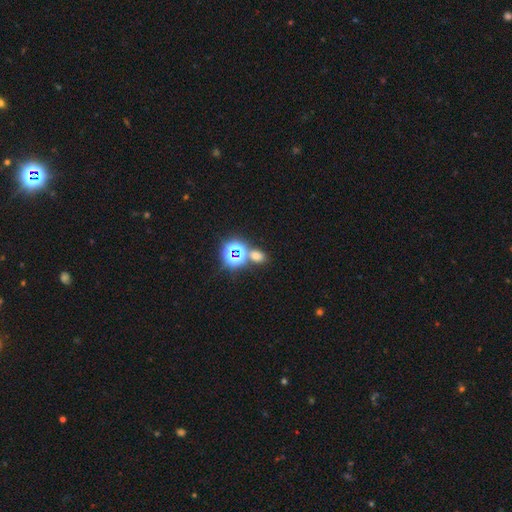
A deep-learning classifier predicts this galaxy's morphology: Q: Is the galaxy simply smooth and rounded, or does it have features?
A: smooth — 57%.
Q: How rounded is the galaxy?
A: in between — 56%.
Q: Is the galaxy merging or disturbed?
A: none — 70%.